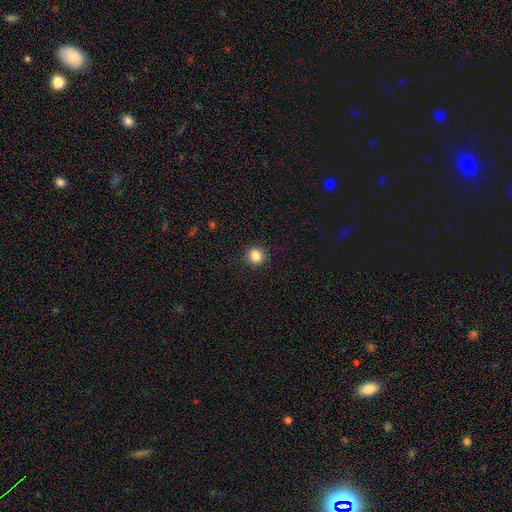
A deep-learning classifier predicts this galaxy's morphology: smooth_or_featured: smooth (p=0.85) [alt: star or artifact p=0.11]
how_rounded: round (p=0.93) [alt: in between p=0.06]
merging: none (p=0.92) [alt: minor disturbance p=0.06]